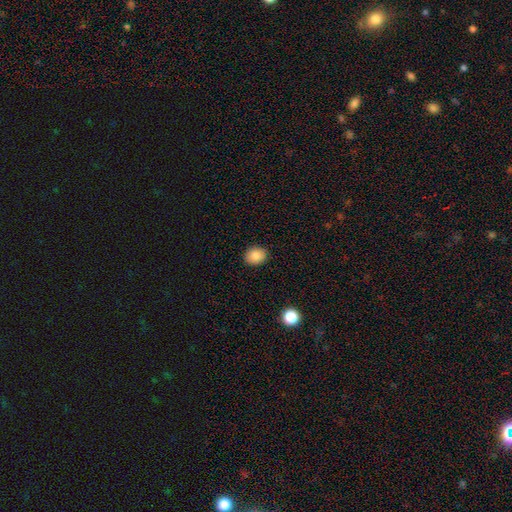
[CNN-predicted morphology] Q: Smooth or featured?
A: smooth (86%); runner-up: star or artifact (9%)
Q: How rounded?
A: round (57%); runner-up: in between (42%)
Q: Merging?
A: none (90%); runner-up: minor disturbance (7%)